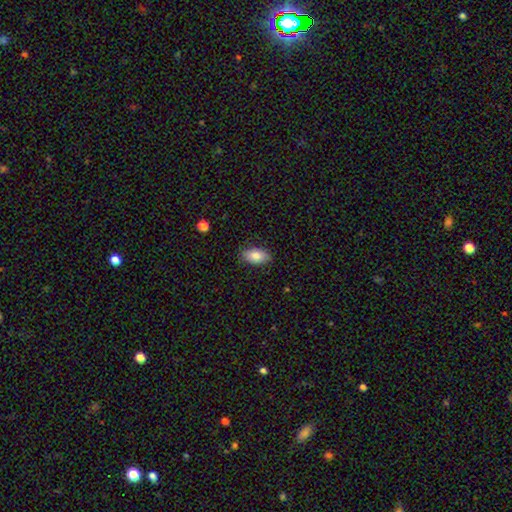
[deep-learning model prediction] smooth-or-featured: smooth: 83% | featured or disk: 10% | star or artifact: 7%
  how-rounded: in between: 93% | round: 5% | cigar-shaped: 3%
  merging: none: 85% | minor disturbance: 11% | major disturbance: 2% | merger: 1%